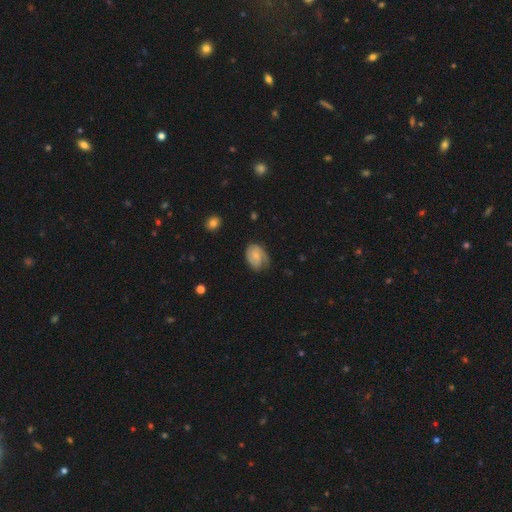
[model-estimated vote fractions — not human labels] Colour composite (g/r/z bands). It shows a featured or disk galaxy (51%). Merging: none (60%).